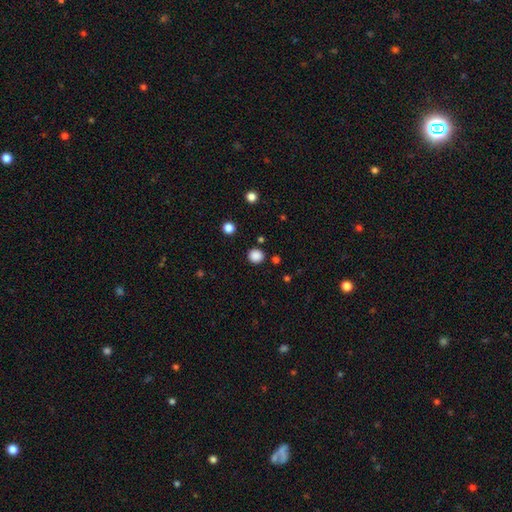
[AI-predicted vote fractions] Smooth or featured? smooth (85%)
How rounded? round (88%)
Merging? none (89%)